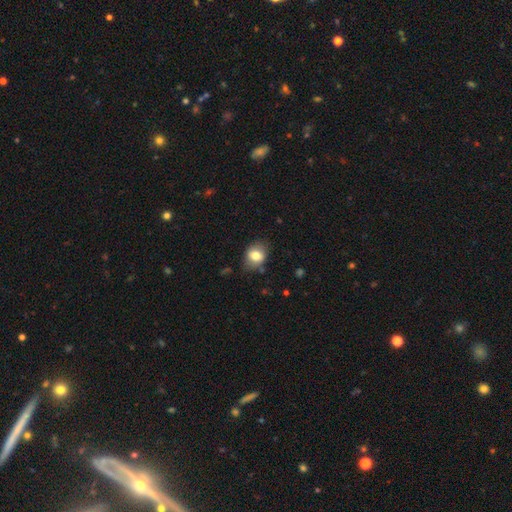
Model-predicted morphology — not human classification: A smooth galaxy with no disk features (76%) that is in between round and cigar-shaped (59%).

Vote fractions:
- Smooth or featured? smooth: 76% / featured or disk: 15% / star or artifact: 9%
- How rounded? in between: 59% / round: 40% / cigar-shaped: 1%
- Merging? none: 73% / minor disturbance: 20% / major disturbance: 5% / merger: 2%